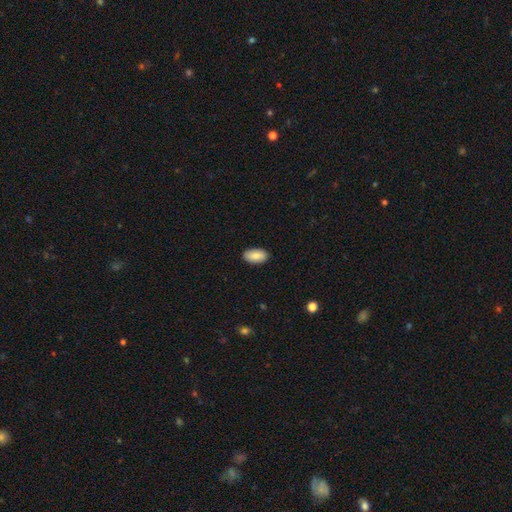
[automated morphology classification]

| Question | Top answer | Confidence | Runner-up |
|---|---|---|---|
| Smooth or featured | smooth | 85% | featured or disk (9%) |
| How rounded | in between | 94% | round (4%) |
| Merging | none | 89% | minor disturbance (9%) |